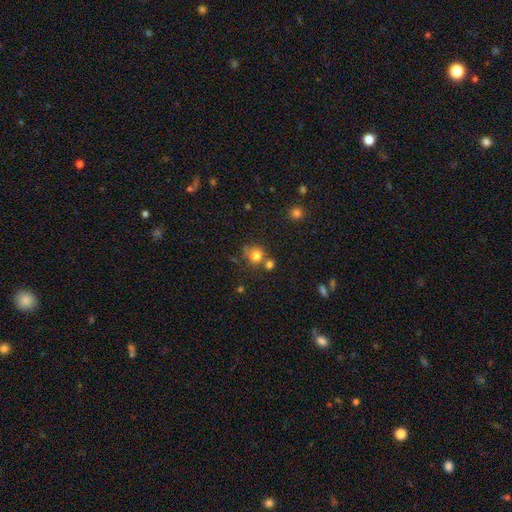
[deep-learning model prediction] smooth-or-featured: smooth: 78% | star or artifact: 13% | featured or disk: 8%
  how-rounded: round: 84% | in between: 15% | cigar-shaped: 1%
  merging: none: 55% | merger: 26% | minor disturbance: 13% | major disturbance: 6%